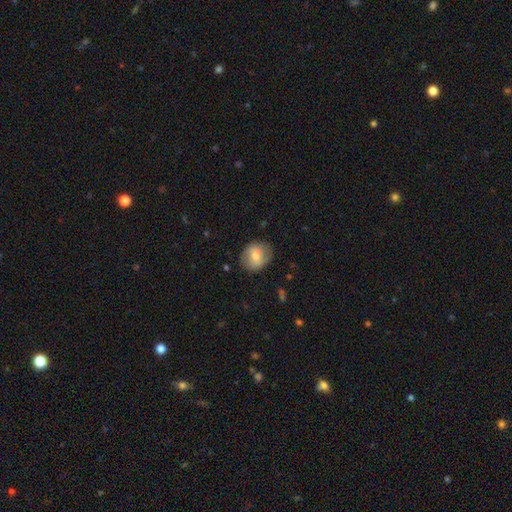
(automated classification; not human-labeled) smooth-or-featured: smooth: 59% | featured or disk: 34% | star or artifact: 7%
  how-rounded: round: 66% | in between: 33% | cigar-shaped: 1%
  merging: none: 81% | minor disturbance: 13% | major disturbance: 4% | merger: 1%